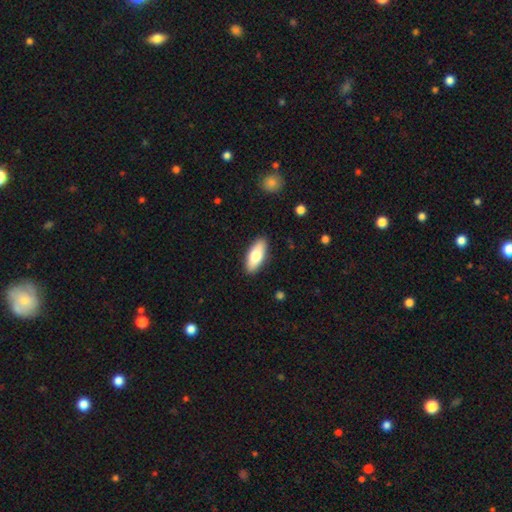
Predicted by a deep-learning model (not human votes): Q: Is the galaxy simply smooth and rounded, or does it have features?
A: smooth — 73%.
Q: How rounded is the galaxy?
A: in between — 78%.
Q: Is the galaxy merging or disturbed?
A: none — 89%.